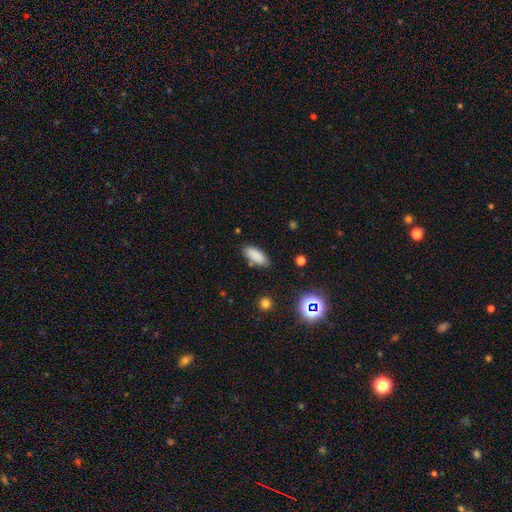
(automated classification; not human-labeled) smooth 86%, star or artifact 9%, featured or disk 5%. Down the decision tree: how rounded — in between (80%); merging — none (84%).